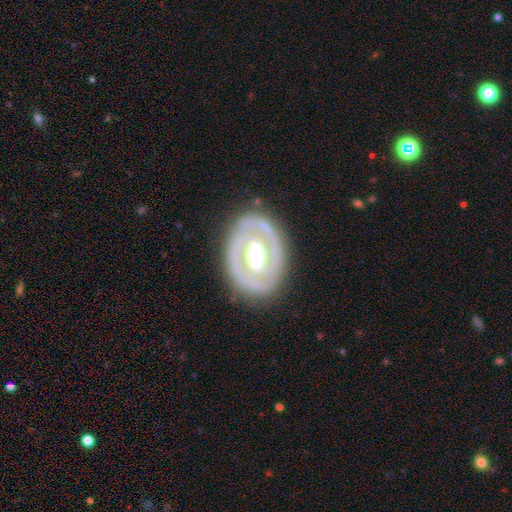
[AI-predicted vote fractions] featured or disk 79%, smooth 16%, star or artifact 4%. Down the decision tree: edge-on disk — no (95%); bar — no (37%); spiral arms — yes (56%); bulge size — moderate (62%); merging — none (79%).